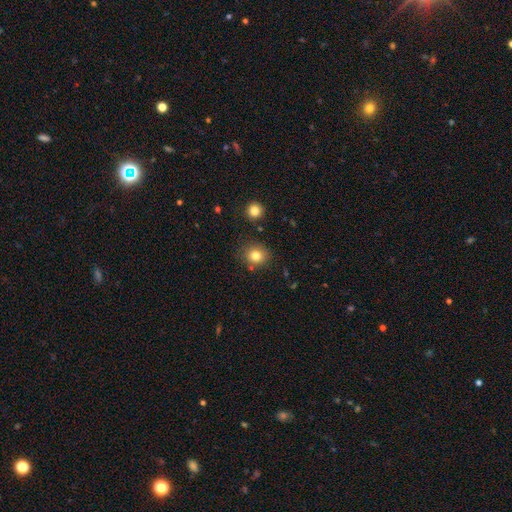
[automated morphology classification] smooth_or_featured: smooth (p=0.81) [alt: star or artifact p=0.12]
how_rounded: round (p=0.84) [alt: in between p=0.15]
merging: none (p=0.83) [alt: minor disturbance p=0.10]